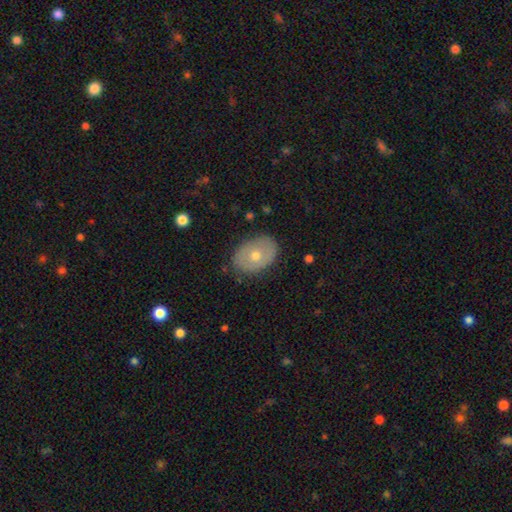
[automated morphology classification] Smooth or featured? smooth (56%)
How rounded? in between (77%)
Merging? none (83%)